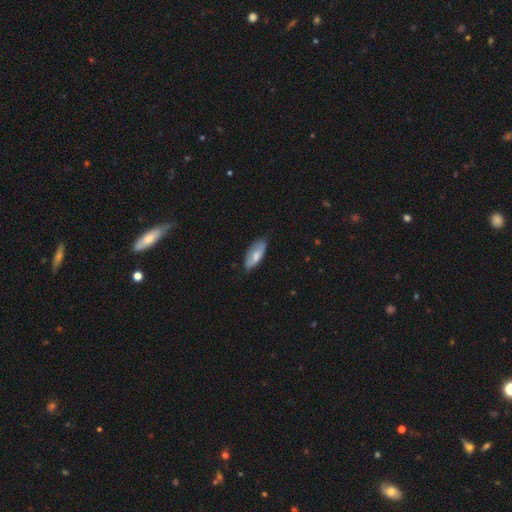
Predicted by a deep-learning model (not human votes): Overall: smooth (70%). How rounded: in between (80%). Merging: none (70%).